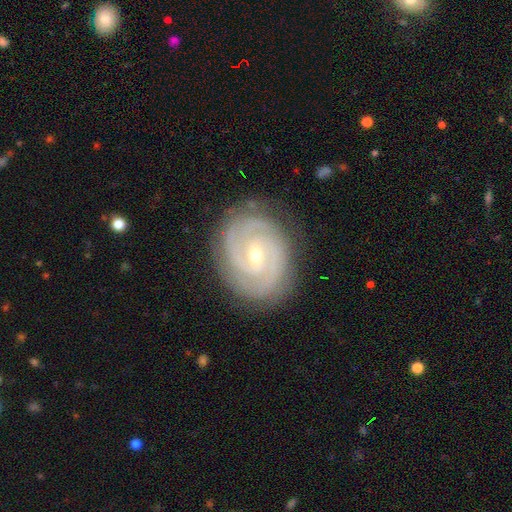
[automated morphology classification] featured or disk 91%, smooth 5%, star or artifact 4%. Down the decision tree: edge-on disk — no (98%); bar — weak (47%); spiral arms — yes (98%); spiral arm count — 2 (48%); spiral winding — tight (76%); bulge size — small (59%); merging — none (84%).